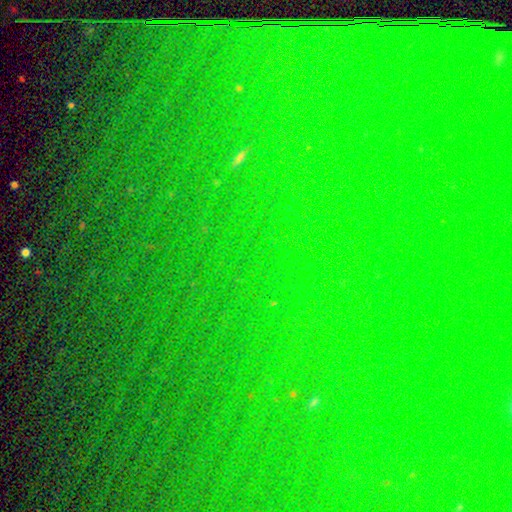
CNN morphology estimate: smooth-or-featured: star or artifact: 80% | smooth: 12% | featured or disk: 8%